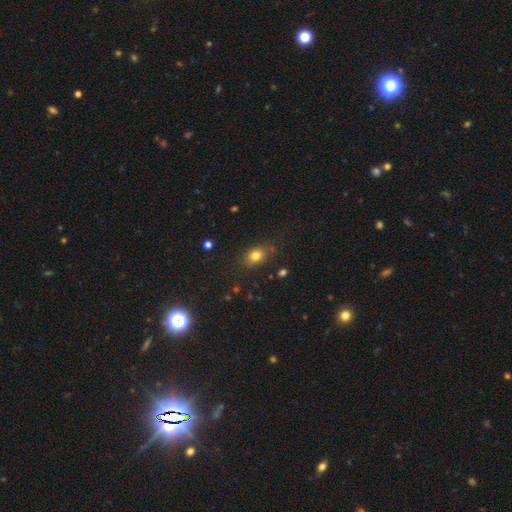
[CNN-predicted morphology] The model was most divided on "how rounded": in between: 67%, round: 31%, cigar-shaped: 2%. More confident: smooth or featured — smooth (79%); merging — none (78%).